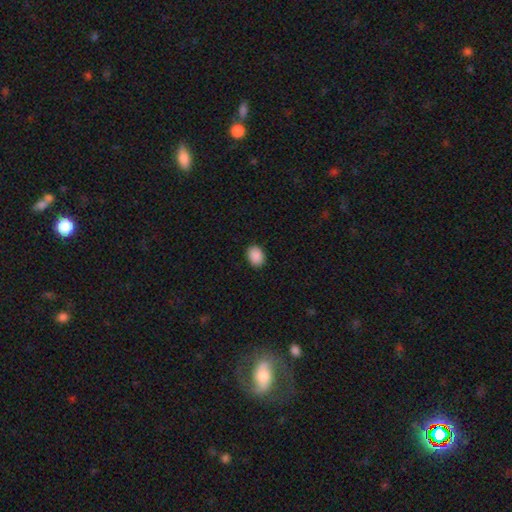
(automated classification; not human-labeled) This appears to be a smooth galaxy with no disk features (90%) that is in between round and cigar-shaped (69%). Merging: none (88%).